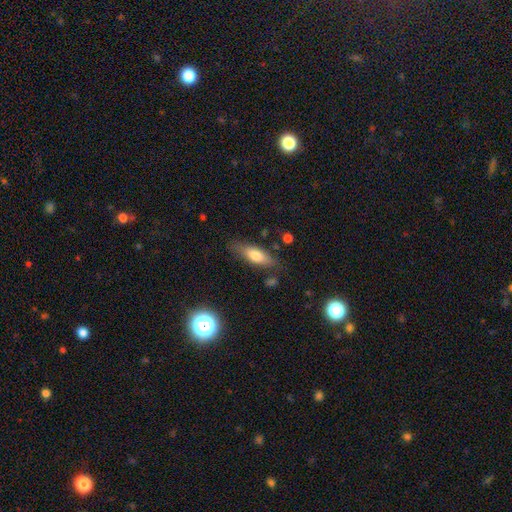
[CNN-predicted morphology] A smooth galaxy with no disk features (70%) that is in between round and cigar-shaped (62%).

Vote fractions:
- Smooth or featured? smooth: 70% / featured or disk: 23% / star or artifact: 7%
- How rounded? in between: 62% / cigar-shaped: 35% / round: 3%
- Merging? none: 76% / minor disturbance: 17% / major disturbance: 4% / merger: 3%